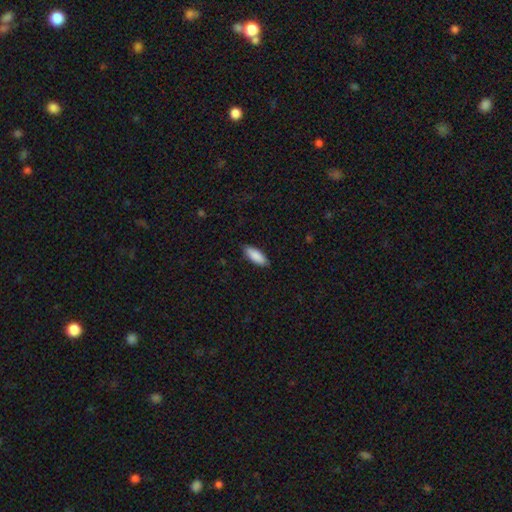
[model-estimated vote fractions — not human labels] Smooth or featured?
  - smooth: 88% *
  - featured or disk: 6%
  - star or artifact: 6%
How rounded?
  - in between: 75% *
  - cigar-shaped: 23%
  - round: 2%
Merging?
  - none: 87% *
  - minor disturbance: 10%
  - major disturbance: 2%
  - merger: 1%